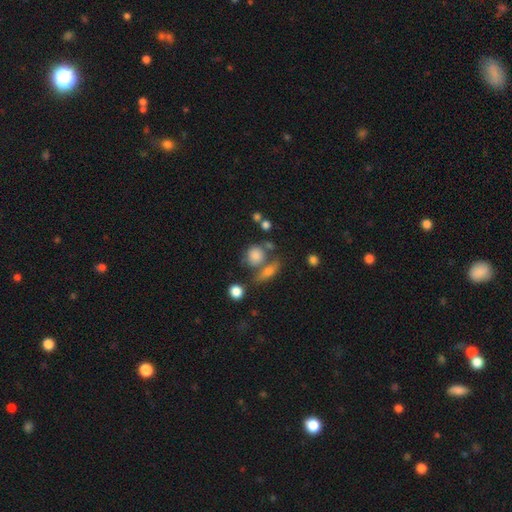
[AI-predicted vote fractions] A smooth galaxy with no disk features (80%) that is round (72%).

Vote fractions:
- Smooth or featured? smooth: 80% / featured or disk: 10% / star or artifact: 10%
- How rounded? round: 72% / in between: 25% / cigar-shaped: 3%
- Merging? none: 51% / merger: 28% / minor disturbance: 14% / major disturbance: 7%